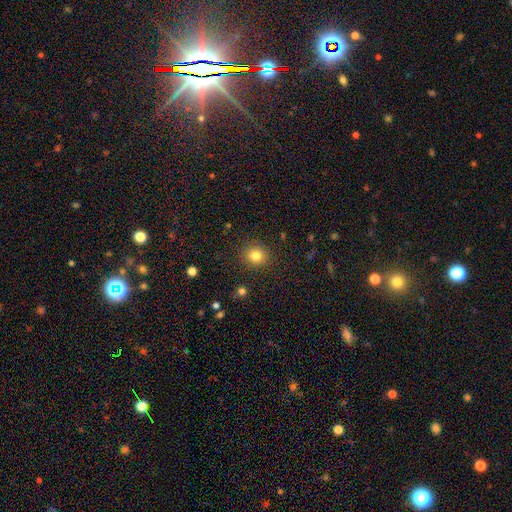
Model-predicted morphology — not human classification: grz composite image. It shows a smooth galaxy with no disk features (82%) that is round (86%). Merging: none (90%).